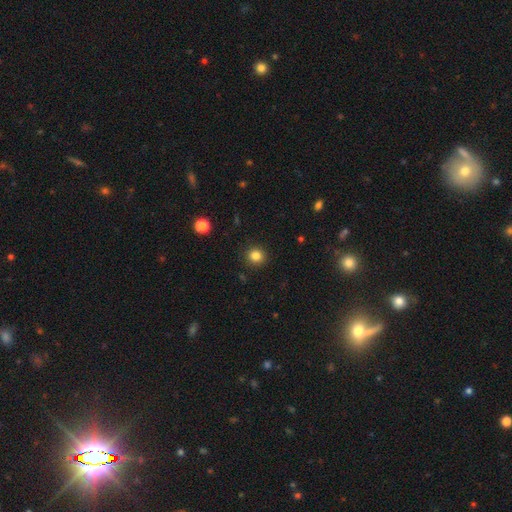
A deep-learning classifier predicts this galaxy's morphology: Q: Smooth or featured?
A: smooth (84%); runner-up: star or artifact (12%)
Q: How rounded?
A: round (92%); runner-up: in between (7%)
Q: Merging?
A: none (91%); runner-up: minor disturbance (6%)